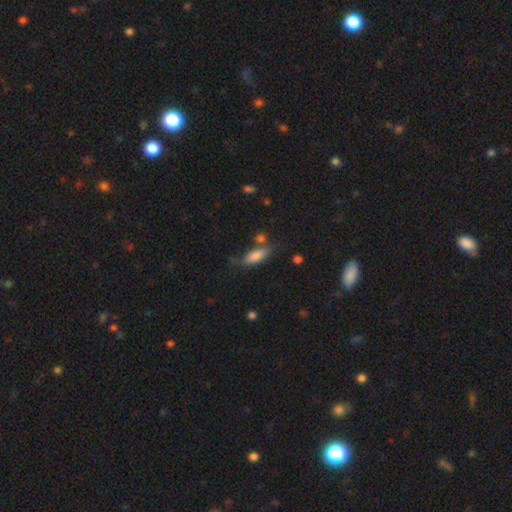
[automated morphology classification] Overall: smooth (78%). How rounded: in between (65%; cigar-shaped 32%). Merging: none (58%; minor disturbance 23%).